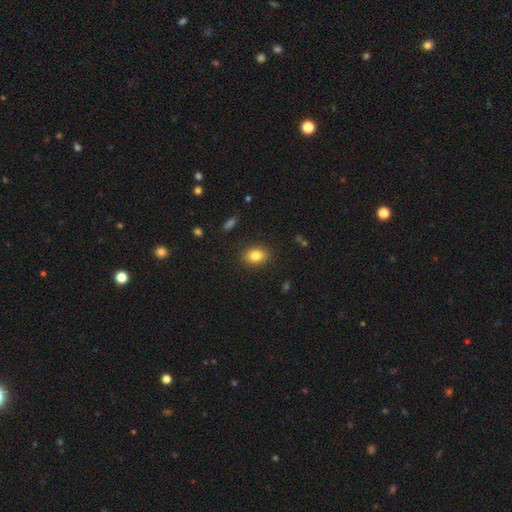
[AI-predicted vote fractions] smooth 83%, star or artifact 9%, featured or disk 8%. Down the decision tree: how rounded — in between (74%); merging — none (88%).